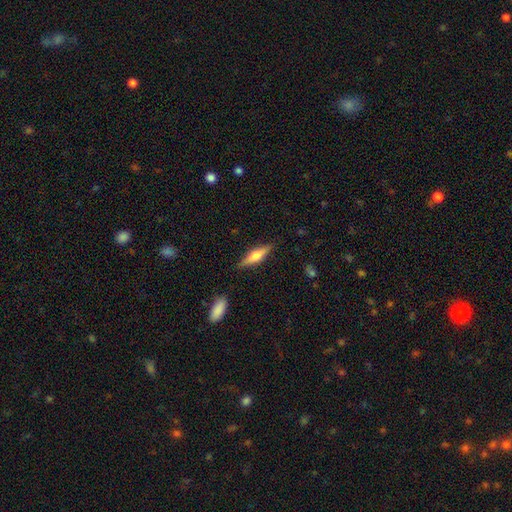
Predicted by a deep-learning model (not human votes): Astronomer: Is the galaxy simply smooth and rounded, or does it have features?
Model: featured or disk — 49% (runner-up: smooth, 44%).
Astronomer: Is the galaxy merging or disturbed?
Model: none — 86%.